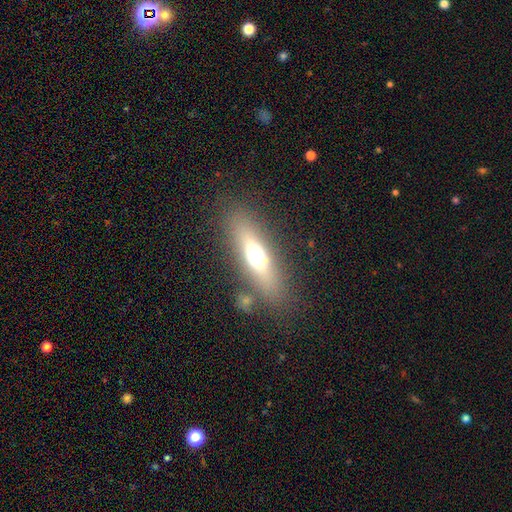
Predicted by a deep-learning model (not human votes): smooth 50%, featured or disk 40%, star or artifact 10%. Down the decision tree: merging — none (79%).